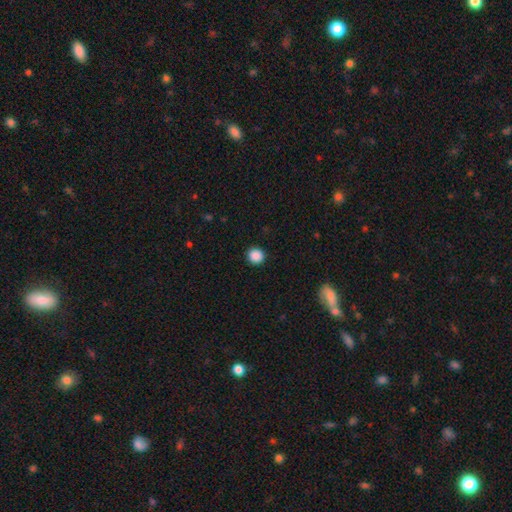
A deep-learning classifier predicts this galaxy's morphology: This appears to be a smooth galaxy with no disk features (88%) that is round (93%). Merging: none (92%).